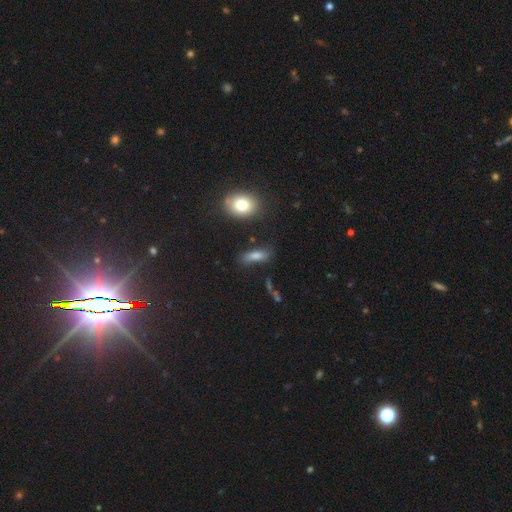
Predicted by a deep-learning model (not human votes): The model was most divided on "how rounded": in between: 61%, cigar-shaped: 32%, round: 7%. More confident: merging — none (71%); smooth or featured — smooth (69%).